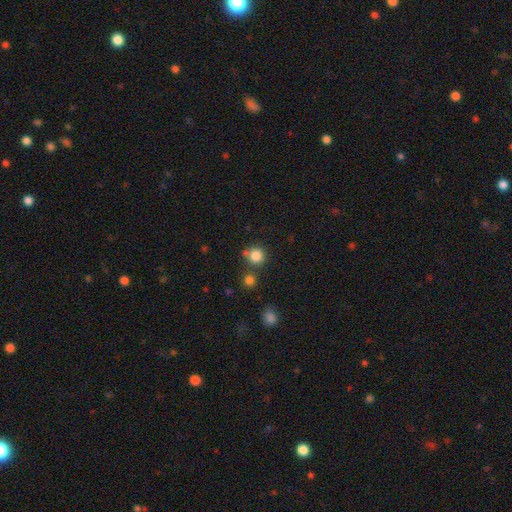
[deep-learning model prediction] Smooth or featured: smooth — 84% (star or artifact — 11%)
How rounded: round — 92% (in between — 8%)
Merging: none — 73% (merger — 13%)